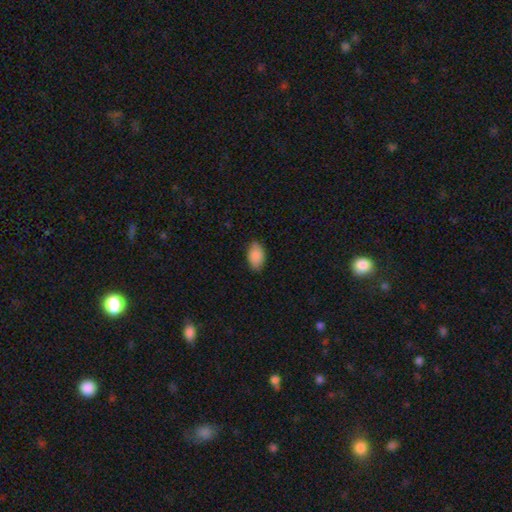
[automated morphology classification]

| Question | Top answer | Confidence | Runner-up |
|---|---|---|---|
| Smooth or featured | smooth | 89% | star or artifact (6%) |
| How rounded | in between | 93% | round (6%) |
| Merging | none | 81% | minor disturbance (15%) |